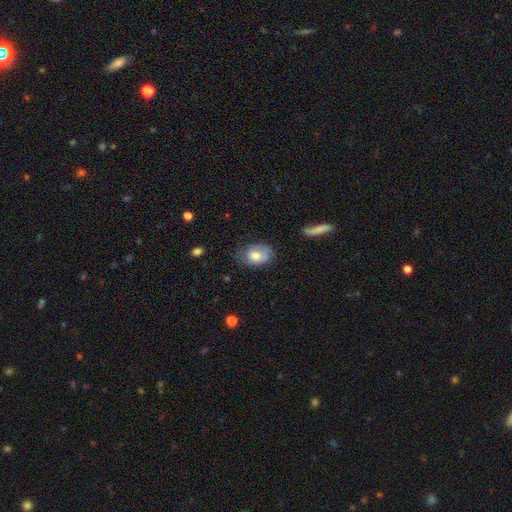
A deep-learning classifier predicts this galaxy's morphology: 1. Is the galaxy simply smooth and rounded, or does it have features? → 66% smooth, 26% featured or disk, 8% star or artifact.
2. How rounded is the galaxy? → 80% in between, 18% round, 1% cigar-shaped.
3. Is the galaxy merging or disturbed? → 60% none, 29% minor disturbance, 10% major disturbance, 2% merger.